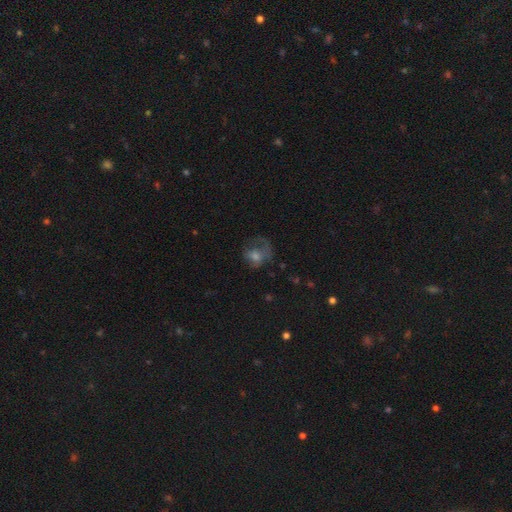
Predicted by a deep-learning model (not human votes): Smooth or featured? featured or disk (43%)
Merging? major disturbance (41%)